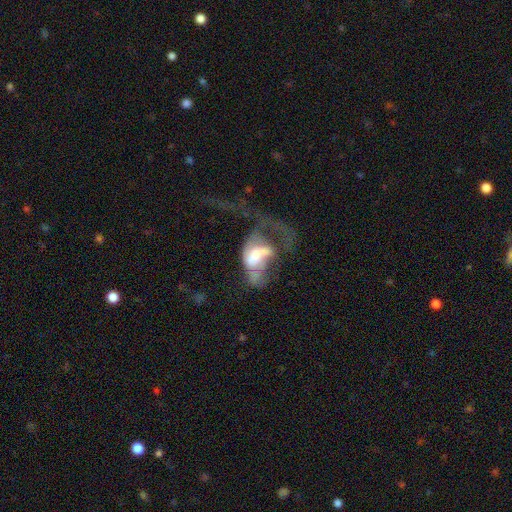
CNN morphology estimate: smooth_or_featured: featured or disk (p=0.59) [alt: smooth p=0.31]
disk_edge_on: no (p=0.96) [alt: yes p=0.04]
bar: no (p=0.63) [alt: weak p=0.25]
has_spiral_arms: no (p=0.55) [alt: yes p=0.45]
bulge_size: large (p=0.32) [alt: moderate p=0.24]
merging: major disturbance (p=0.59) [alt: merger p=0.21]